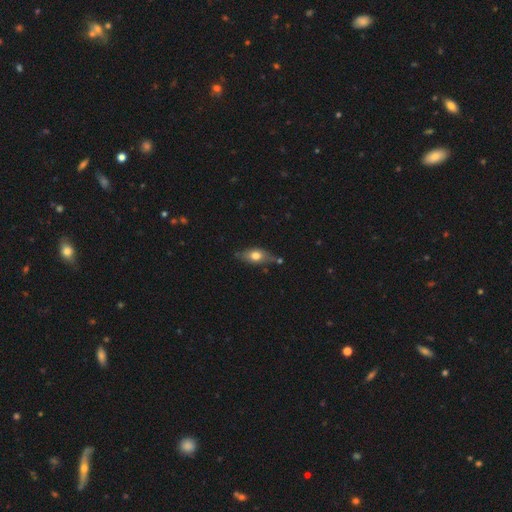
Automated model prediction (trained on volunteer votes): smooth_or_featured: smooth (p=0.62) [alt: featured or disk p=0.31]
how_rounded: in between (p=0.77) [alt: cigar-shaped p=0.15]
merging: none (p=0.65) [alt: minor disturbance p=0.23]